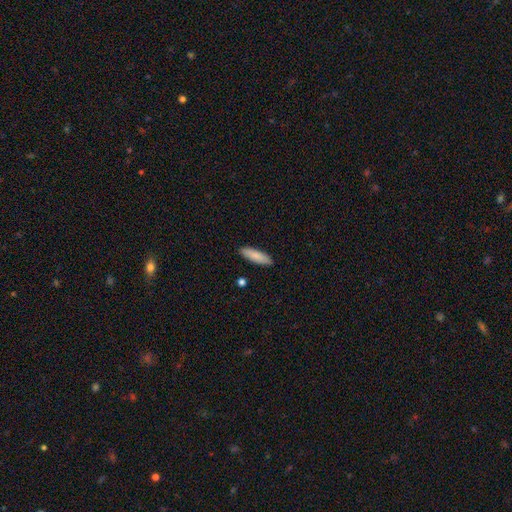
smooth-or-featured: smooth: 79% | featured or disk: 15% | star or artifact: 5%
  how-rounded: in between: 52% | cigar-shaped: 45% | round: 3%
  merging: none: 86% | minor disturbance: 8% | merger: 5% | major disturbance: 0%